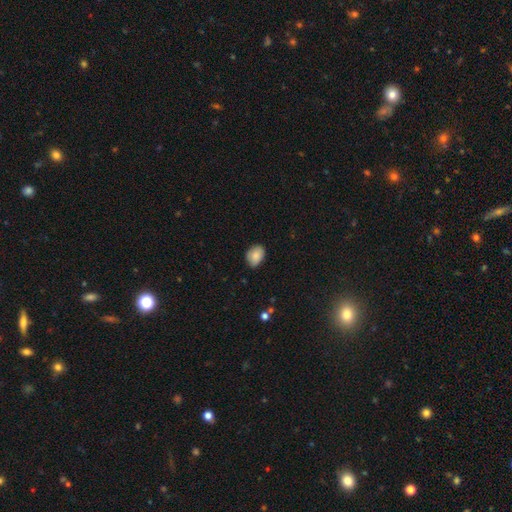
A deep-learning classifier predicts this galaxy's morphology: This is clearly a smooth galaxy (86%). How rounded: likely in between (73%). Merging: likely none (78%).